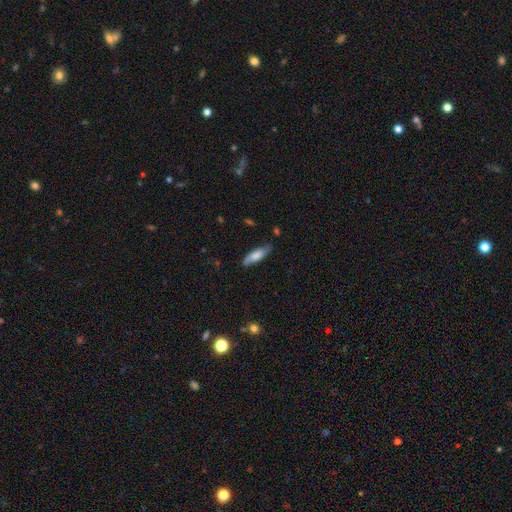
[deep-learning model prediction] Morphology: type=smooth (67%); roundness=cigar-shaped (54%); merging=none (75%).